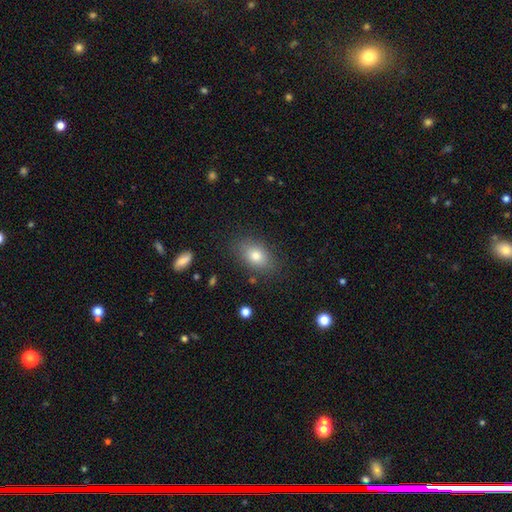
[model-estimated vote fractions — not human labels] Q: Smooth or featured?
A: smooth (79%); runner-up: featured or disk (11%)
Q: How rounded?
A: in between (83%); runner-up: round (15%)
Q: Merging?
A: none (82%); runner-up: minor disturbance (12%)